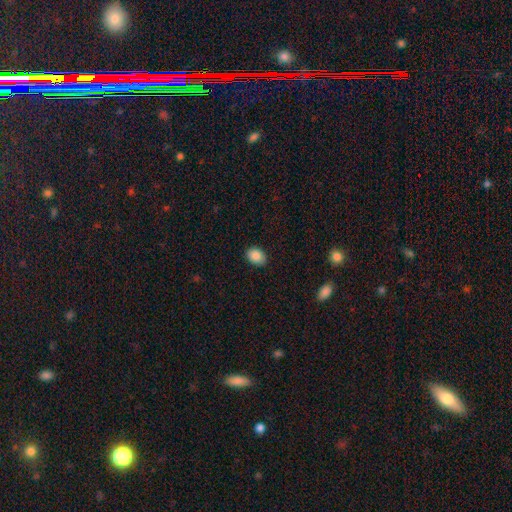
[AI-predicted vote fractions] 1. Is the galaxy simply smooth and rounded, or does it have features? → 89% smooth, 8% star or artifact, 4% featured or disk.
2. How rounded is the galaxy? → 76% in between, 23% round, 1% cigar-shaped.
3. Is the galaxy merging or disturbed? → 88% none, 9% minor disturbance, 2% major disturbance, 1% merger.